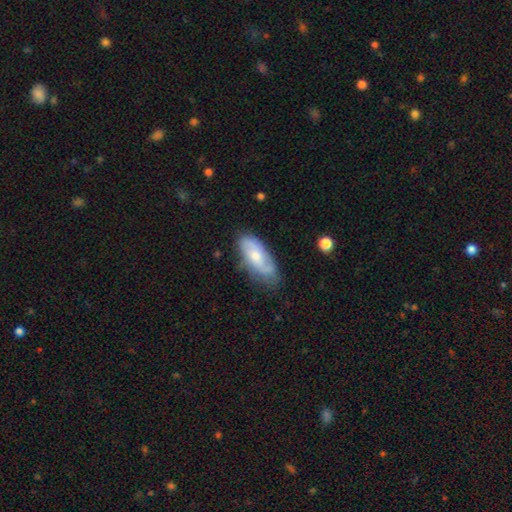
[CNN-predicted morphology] Overall: smooth (48%; featured or disk 46%). Merging: none (61%; minor disturbance 28%).